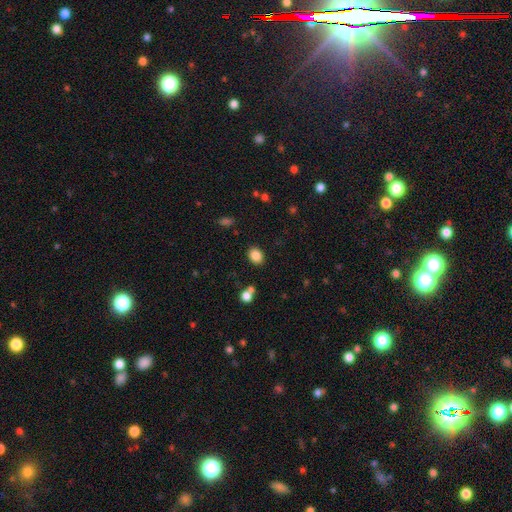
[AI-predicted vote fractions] Smooth or featured?
  - smooth: 85% *
  - star or artifact: 10%
  - featured or disk: 5%
How rounded?
  - in between: 57% *
  - round: 42%
  - cigar-shaped: 1%
Merging?
  - none: 86% *
  - minor disturbance: 9%
  - merger: 3%
  - major disturbance: 3%